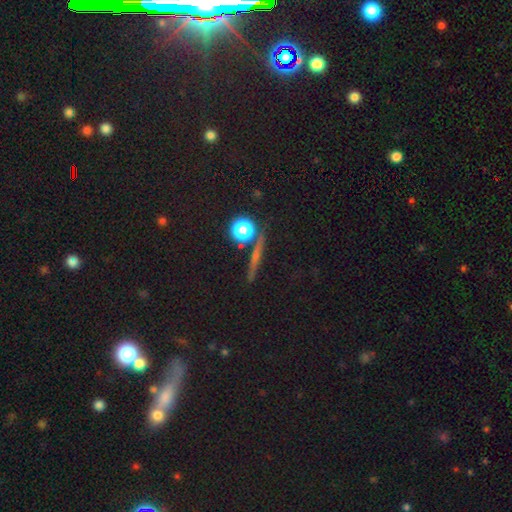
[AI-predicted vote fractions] A featured or disk galaxy (39%).

Vote fractions:
- Smooth or featured? featured or disk: 39% / smooth: 34% / star or artifact: 27%
- Merging? none: 86% / minor disturbance: 7% / merger: 4% / major disturbance: 3%